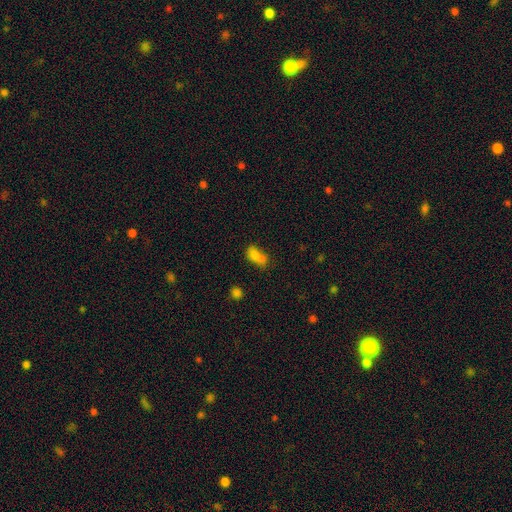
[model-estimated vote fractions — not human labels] This appears to be a smooth galaxy with no disk features (76%) that is in between round and cigar-shaped (80%). Merging: merger (39%).